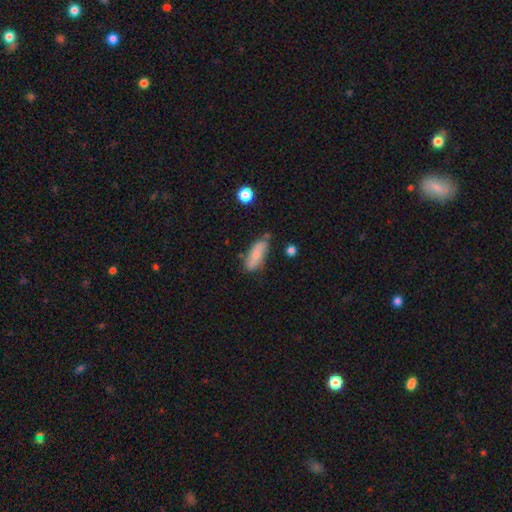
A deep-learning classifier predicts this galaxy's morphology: type=smooth (67%); roundness=in between (66%); merging=none (62%).